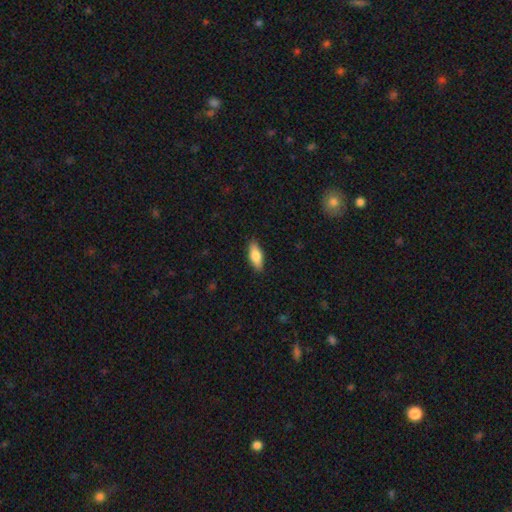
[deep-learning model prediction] Smooth or featured? smooth (78%)
How rounded? in between (72%)
Merging? none (88%)